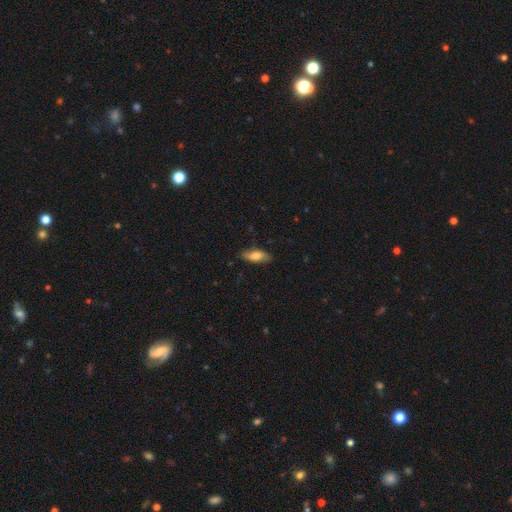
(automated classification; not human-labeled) smooth_or_featured: smooth (p=0.67) [alt: featured or disk p=0.26]
how_rounded: in between (p=0.69) [alt: cigar-shaped p=0.28]
merging: none (p=0.72) [alt: minor disturbance p=0.22]